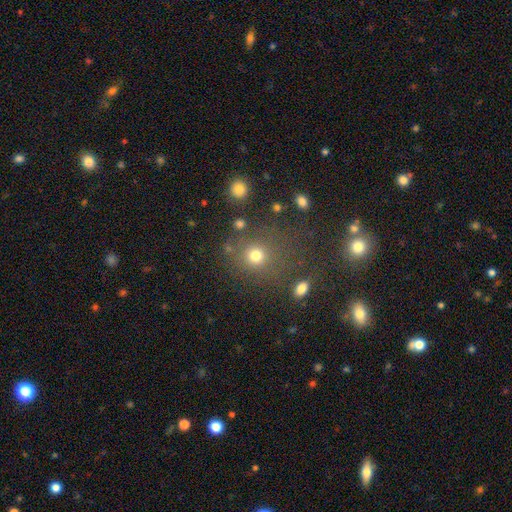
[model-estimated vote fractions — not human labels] Overall: smooth (74%). How rounded: round (84%). Merging: none (74%).